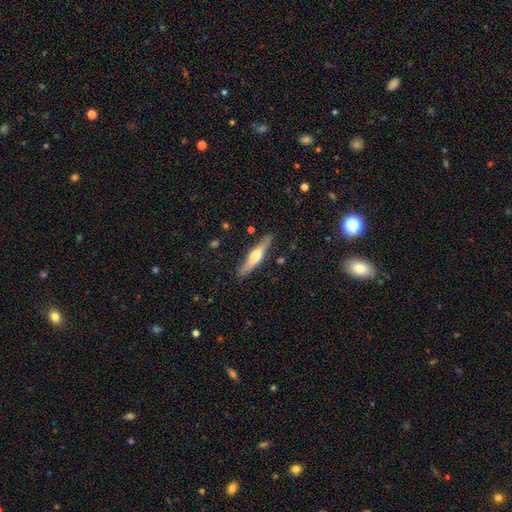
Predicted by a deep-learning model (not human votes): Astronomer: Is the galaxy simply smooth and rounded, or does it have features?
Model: featured or disk — 56% (runner-up: smooth, 38%).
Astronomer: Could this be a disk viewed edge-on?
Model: yes — 95%.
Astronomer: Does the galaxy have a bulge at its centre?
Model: rounded — 81%.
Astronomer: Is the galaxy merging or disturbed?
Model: none — 86%.